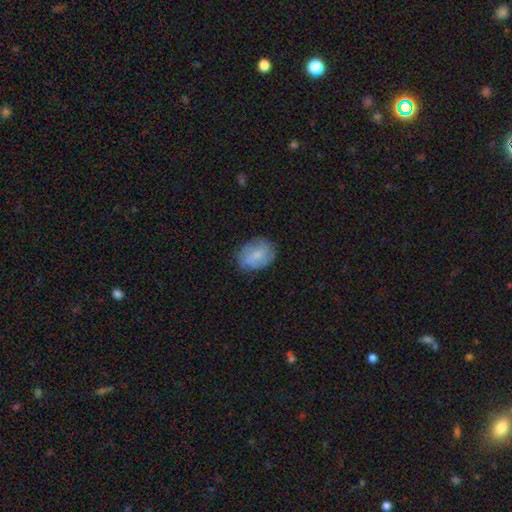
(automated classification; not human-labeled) smooth-or-featured: smooth: 56% | featured or disk: 37% | star or artifact: 7%
  how-rounded: in between: 67% | round: 32% | cigar-shaped: 1%
  merging: none: 71% | minor disturbance: 22% | major disturbance: 6% | merger: 1%